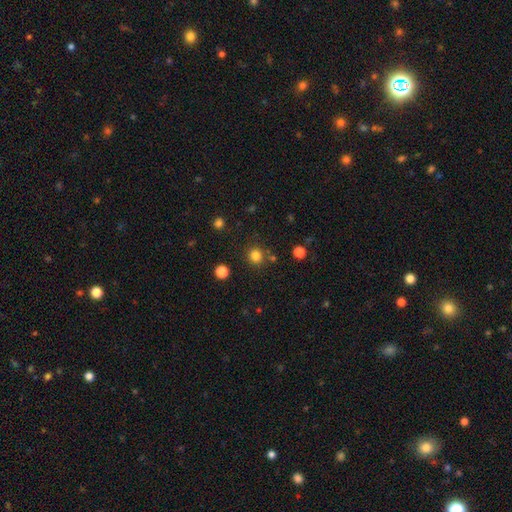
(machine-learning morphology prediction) Overall: smooth (81%). How rounded: round (91%). Merging: none (83%).